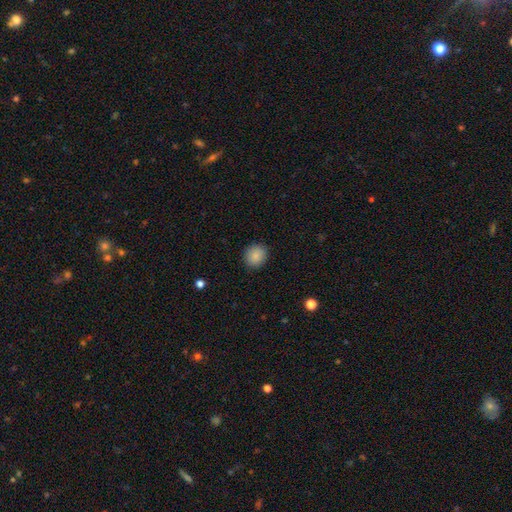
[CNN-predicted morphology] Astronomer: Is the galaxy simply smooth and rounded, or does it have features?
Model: smooth — 87%.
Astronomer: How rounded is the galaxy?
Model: round — 82%.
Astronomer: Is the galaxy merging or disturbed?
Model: none — 90%.